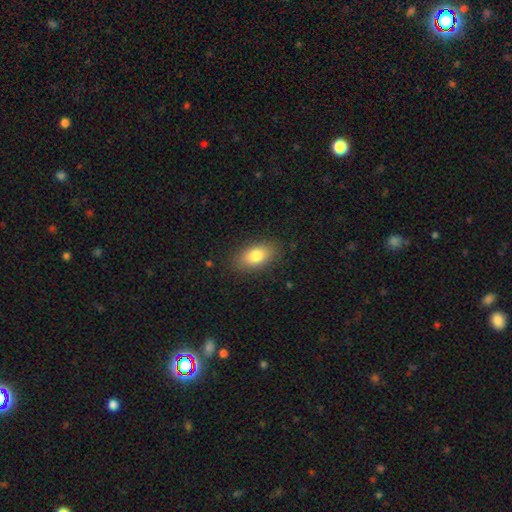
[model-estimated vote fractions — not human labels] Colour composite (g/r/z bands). It shows a smooth galaxy with no disk features (82%) that is in between round and cigar-shaped (90%). Merging: none (85%).